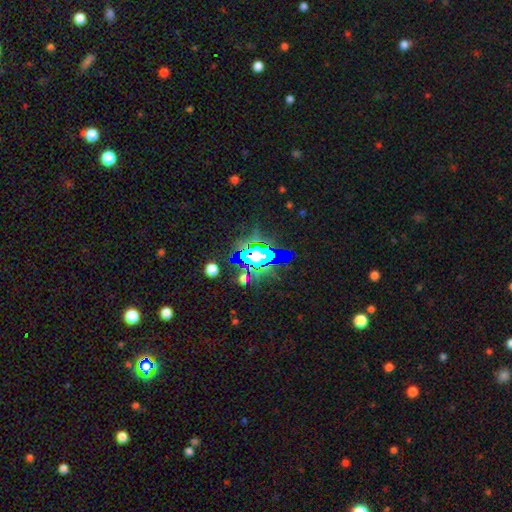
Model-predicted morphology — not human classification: This is possibly a star or artifact rather than a galaxy (54%).